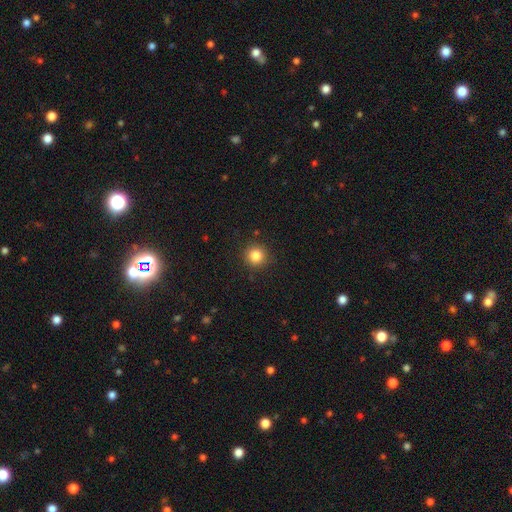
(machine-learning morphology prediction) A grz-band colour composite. It shows a smooth galaxy with no disk features (83%) that is round (94%). Merging: none (90%).